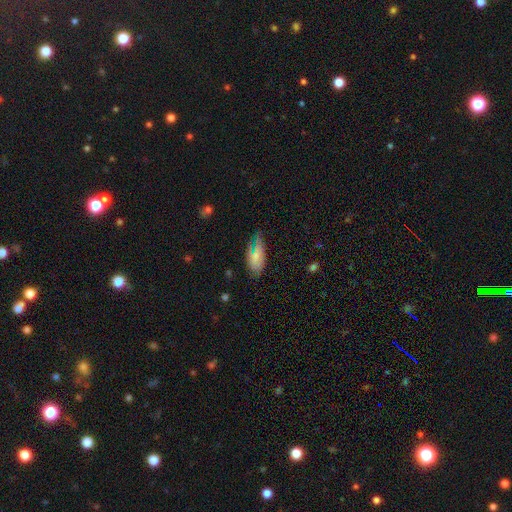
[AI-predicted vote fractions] A smooth galaxy with no disk features (74%) that is in between round and cigar-shaped (88%). Merging: none (59%).